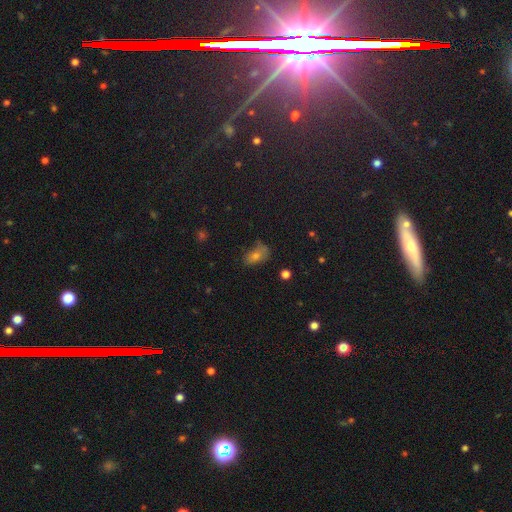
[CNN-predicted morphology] type=smooth (63%); roundness=in between (83%); merging=none (52%).